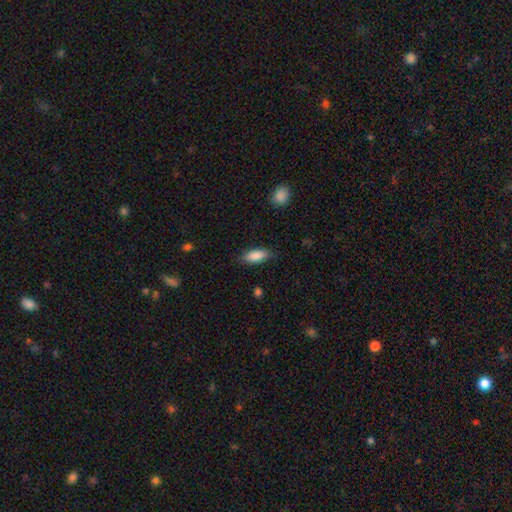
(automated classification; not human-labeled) Smooth or featured? smooth (87%)
How rounded? in between (78%)
Merging? none (83%)